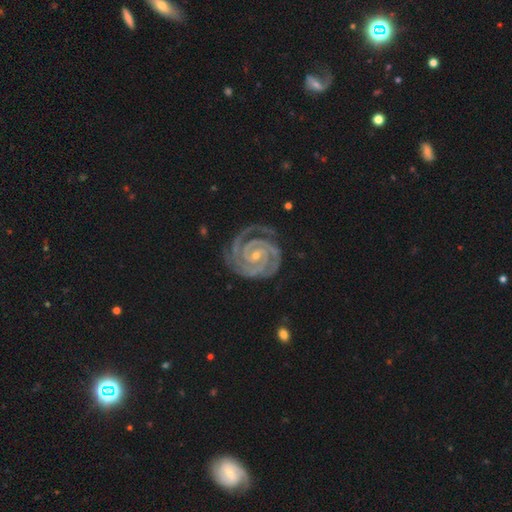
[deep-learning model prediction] smooth-or-featured: featured or disk: 94% | star or artifact: 4% | smooth: 2%
  disk-edge-on: no: 98% | yes: 2%
    bar: no: 46% | weak: 33% | strong: 21%
    has-spiral-arms: yes: 99% | no: 1%
      spiral-winding: tight: 86% | medium: 12% | loose: 1%
      spiral-arm-count: 2: 57% | 3: 23% | 4: 7% | can't tell: 6% | more than 4: 4% | 1: 4%
    bulge-size: small: 70% | moderate: 27% | none: 1% | large: 1% | dominant: 1%
  merging: none: 76% | minor disturbance: 17% | major disturbance: 5% | merger: 2%